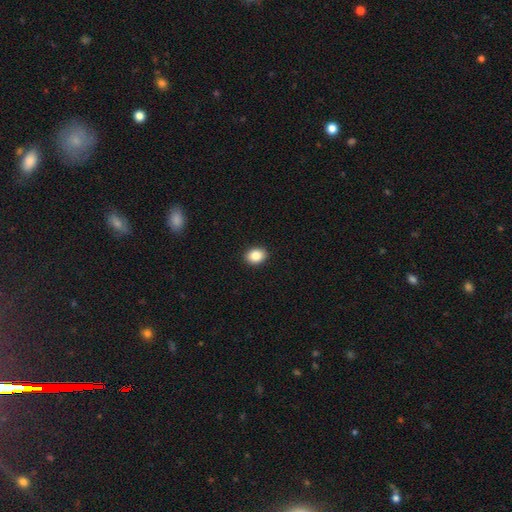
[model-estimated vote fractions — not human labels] smooth-or-featured: smooth: 86% | star or artifact: 9% | featured or disk: 5%
  how-rounded: in between: 63% | round: 36% | cigar-shaped: 1%
  merging: none: 91% | minor disturbance: 6% | major disturbance: 2% | merger: 1%